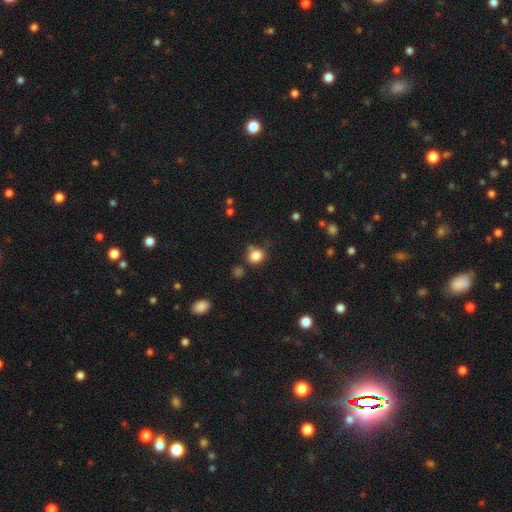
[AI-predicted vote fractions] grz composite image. It shows a smooth galaxy with no disk features (83%) that is round (71%). Merging: none (68%).